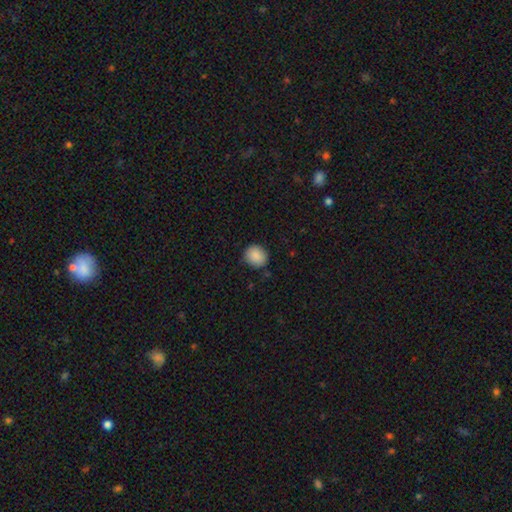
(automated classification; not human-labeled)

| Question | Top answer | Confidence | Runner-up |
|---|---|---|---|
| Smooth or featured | smooth | 89% | star or artifact (8%) |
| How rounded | round | 84% | in between (15%) |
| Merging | none | 85% | minor disturbance (11%) |